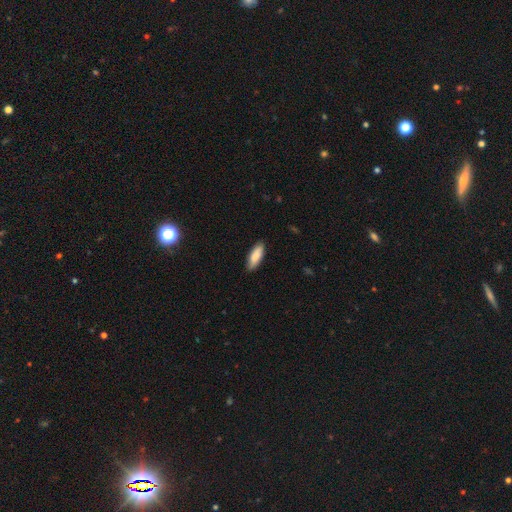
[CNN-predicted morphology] This appears to be a smooth galaxy with no disk features (86%) that is in between round and cigar-shaped (64%). Merging: none (86%).